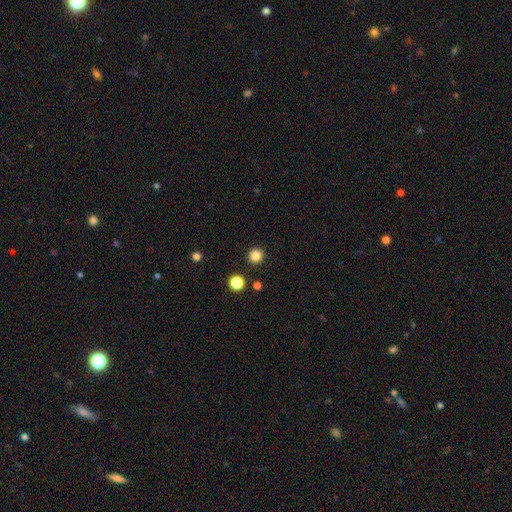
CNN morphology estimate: This is clearly a smooth galaxy (84%). How rounded: clearly round (95%). Merging: clearly none (93%).